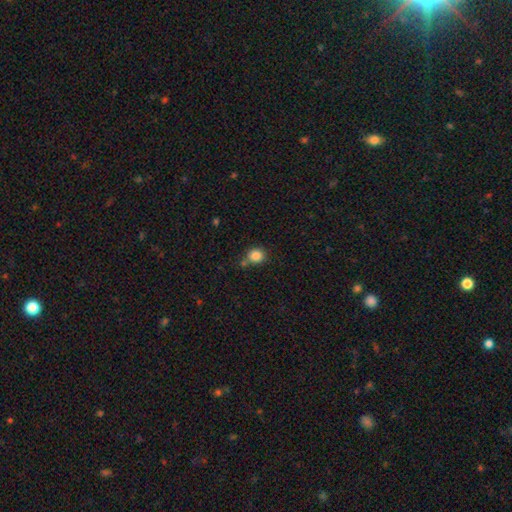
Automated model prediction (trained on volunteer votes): This appears to be a smooth galaxy with no disk features (85%) that is round (80%). Merging: none (69%).